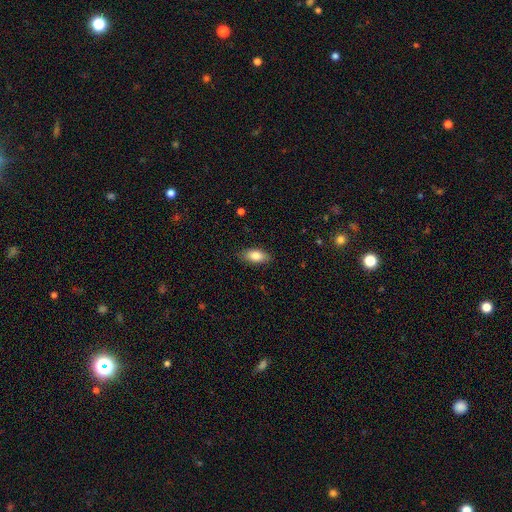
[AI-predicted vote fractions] This is clearly a smooth galaxy (83%). How rounded: clearly in between (87%). Merging: clearly none (85%).